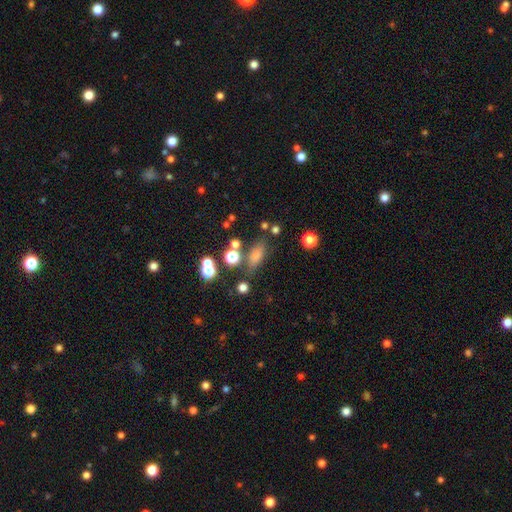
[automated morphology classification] Smooth or featured? smooth (73%)
How rounded? in between (68%)
Merging? none (67%)